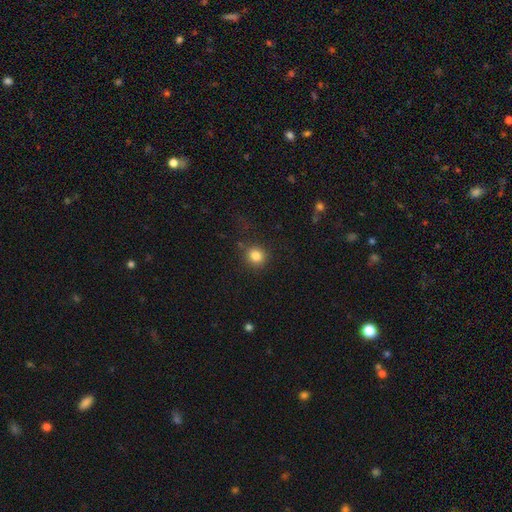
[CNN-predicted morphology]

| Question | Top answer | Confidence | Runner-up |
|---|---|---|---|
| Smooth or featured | smooth | 83% | star or artifact (11%) |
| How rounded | round | 88% | in between (11%) |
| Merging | none | 83% | minor disturbance (10%) |